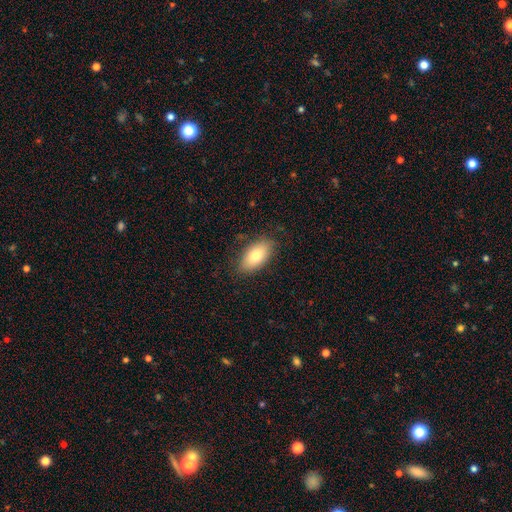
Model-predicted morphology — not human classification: Smooth or featured?
  - smooth: 78% *
  - featured or disk: 15%
  - star or artifact: 7%
How rounded?
  - in between: 92% *
  - round: 4%
  - cigar-shaped: 4%
Merging?
  - none: 84% *
  - minor disturbance: 13%
  - major disturbance: 3%
  - merger: 1%